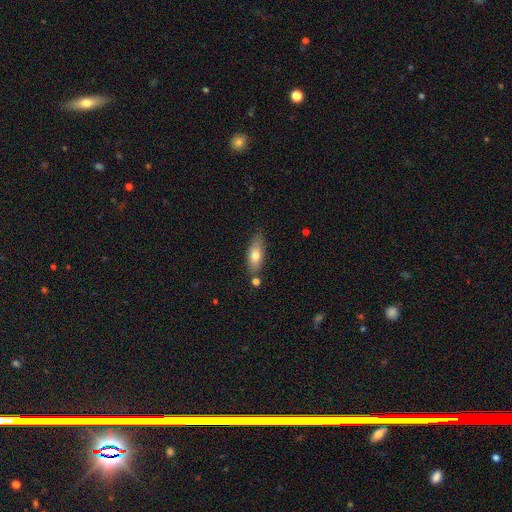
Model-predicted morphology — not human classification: Smooth or featured?
  - smooth: 73% *
  - featured or disk: 20%
  - star or artifact: 7%
How rounded?
  - in between: 77% *
  - cigar-shaped: 19%
  - round: 4%
Merging?
  - none: 74% *
  - minor disturbance: 16%
  - merger: 7%
  - major disturbance: 3%